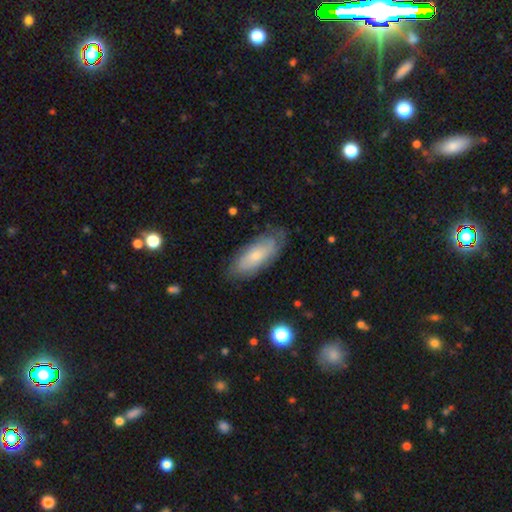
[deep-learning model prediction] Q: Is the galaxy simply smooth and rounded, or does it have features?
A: smooth — 52%.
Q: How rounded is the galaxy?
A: in between — 77%.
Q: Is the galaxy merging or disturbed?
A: none — 72%.